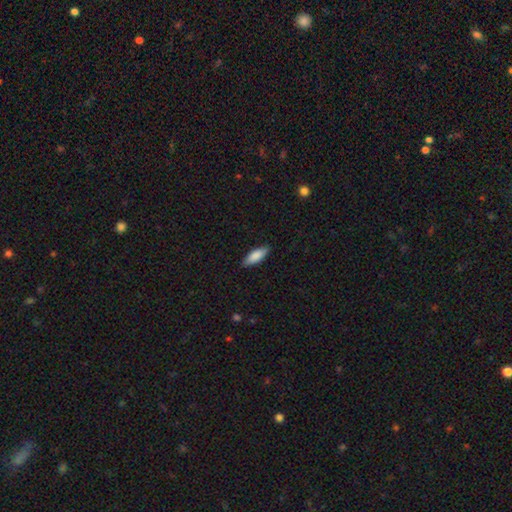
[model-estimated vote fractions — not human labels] The model was most divided on "how rounded": in between: 63%, cigar-shaped: 35%, round: 2%. More confident: merging — none (86%); smooth or featured — smooth (85%).